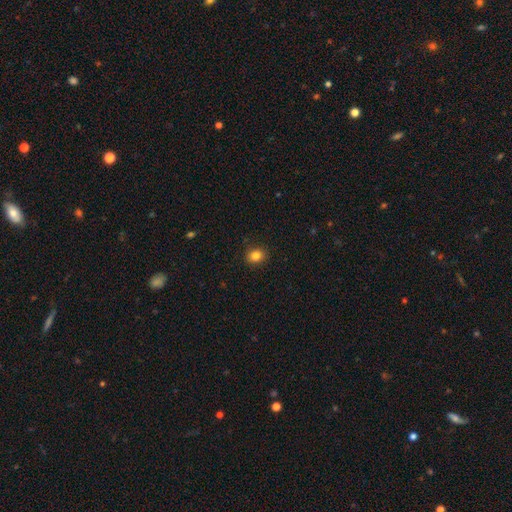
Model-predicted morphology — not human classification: smooth_or_featured: smooth (p=0.83) [alt: star or artifact p=0.11]
how_rounded: round (p=0.61) [alt: in between p=0.38]
merging: none (p=0.90) [alt: minor disturbance p=0.07]